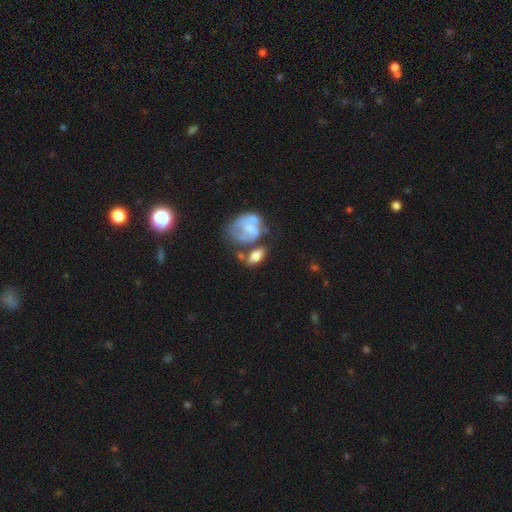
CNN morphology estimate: Smooth or featured: smooth — 62% (featured or disk — 29%)
How rounded: in between — 83% (round — 12%)
Merging: none — 41% (merger — 26%)